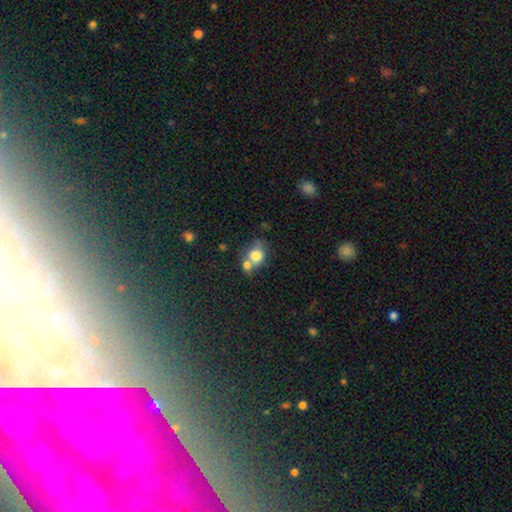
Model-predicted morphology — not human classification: Overall: smooth (76%). How rounded: round (55%; in between 44%). Merging: merger (51%; none 31%).